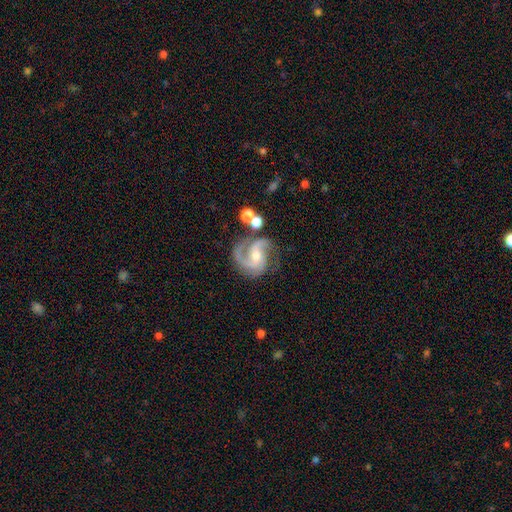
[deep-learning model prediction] Overall: featured or disk (89%). Edge-on disk: no (98%). Bar: no (44%; weak 41%). Spiral arms: yes (98%). Spiral arm count: 2 (58%; 3 28%). Spiral winding: medium (57%; tight 23%). Bulge size: moderate (49%; small 46%). Merging: none (61%).